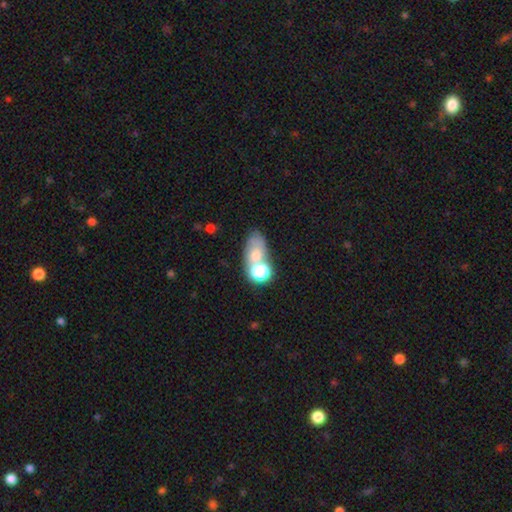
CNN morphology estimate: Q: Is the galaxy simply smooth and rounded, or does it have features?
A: smooth — 60%.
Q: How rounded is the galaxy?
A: in between — 71%.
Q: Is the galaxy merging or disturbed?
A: none — 38%.